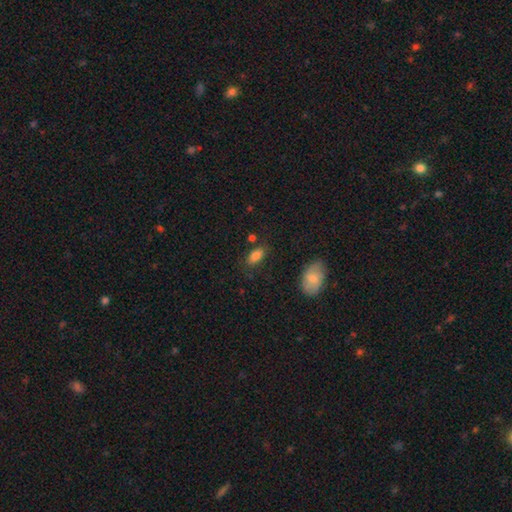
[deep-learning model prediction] Overall: smooth (84%). How rounded: in between (90%). Merging: none (76%).